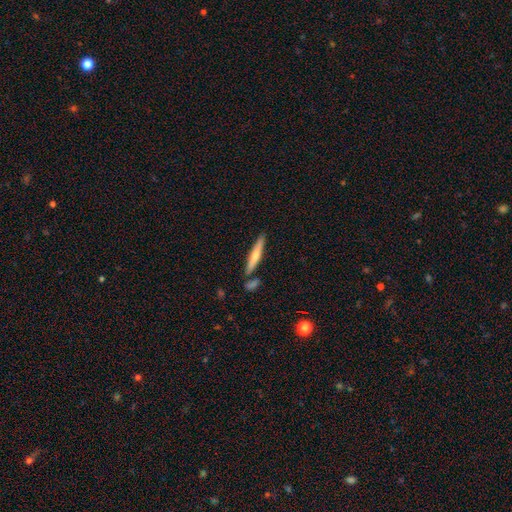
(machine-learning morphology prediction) Smooth or featured: smooth — 59% (featured or disk — 35%)
How rounded: cigar-shaped — 93% (in between — 5%)
Merging: none — 81% (minor disturbance — 10%)